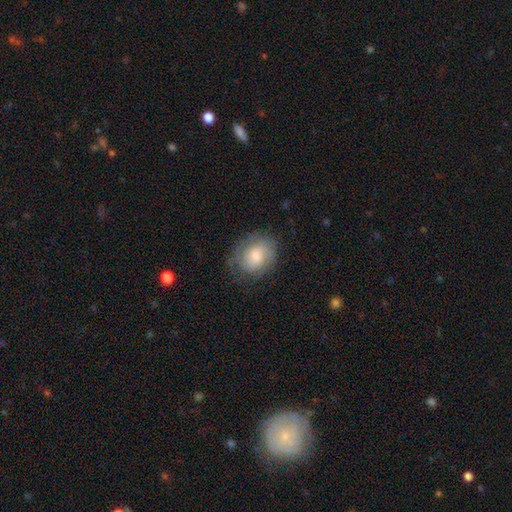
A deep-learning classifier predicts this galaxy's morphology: This is likely a smooth galaxy (66%). How rounded: possibly round (51%). Merging: likely none (66%).